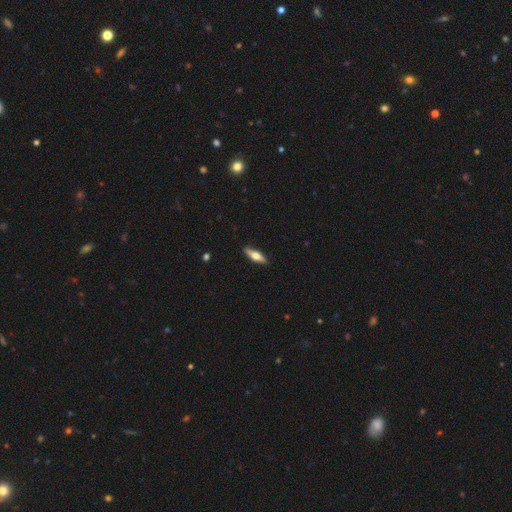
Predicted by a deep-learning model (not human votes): Smooth or featured? Predicted: smooth (p=0.48). Merging? Predicted: none (p=0.88).